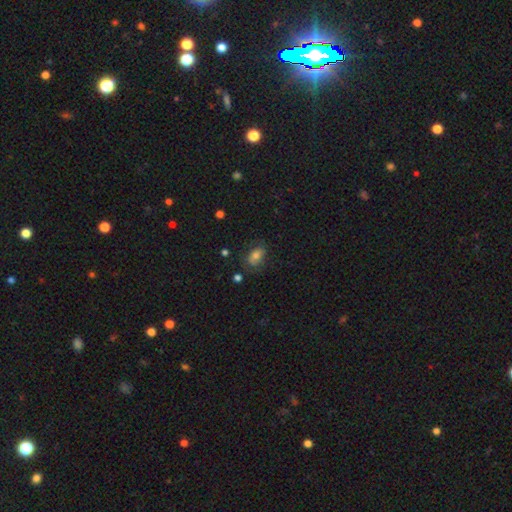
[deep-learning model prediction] The model was most divided on "smooth or featured": smooth: 66%, featured or disk: 23%, star or artifact: 12%. More confident: how rounded — in between (81%); merging — none (67%).